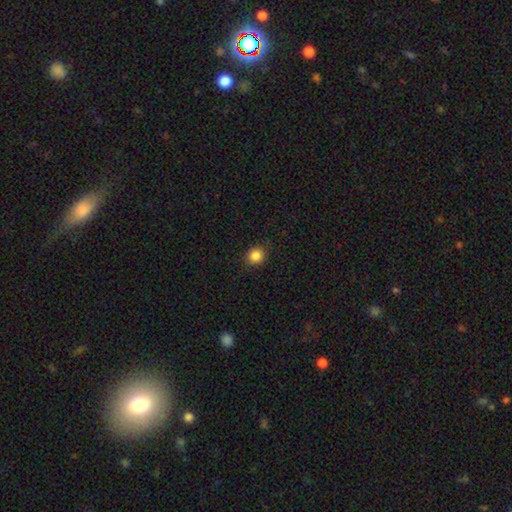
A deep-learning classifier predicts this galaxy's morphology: This is clearly a smooth galaxy (86%). How rounded: clearly round (82%). Merging: clearly none (88%).